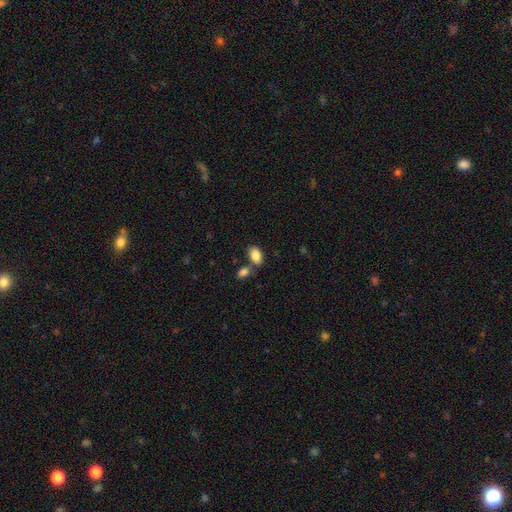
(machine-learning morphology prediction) This is clearly a smooth galaxy (87%). How rounded: clearly in between (90%). Merging: likely none (64%).